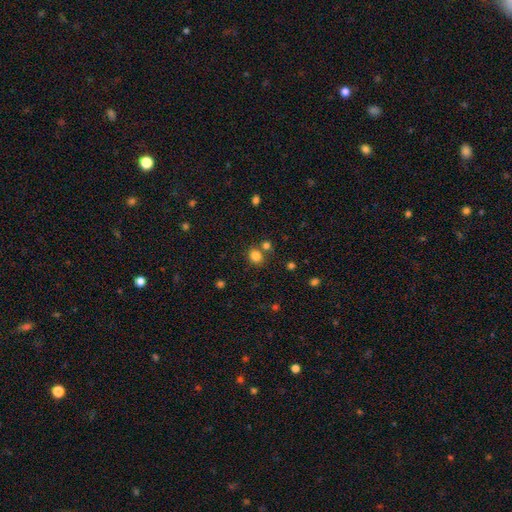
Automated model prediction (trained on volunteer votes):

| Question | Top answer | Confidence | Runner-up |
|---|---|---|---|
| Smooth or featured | smooth | 82% | star or artifact (13%) |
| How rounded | round | 69% | in between (31%) |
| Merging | none | 69% | merger (17%) |